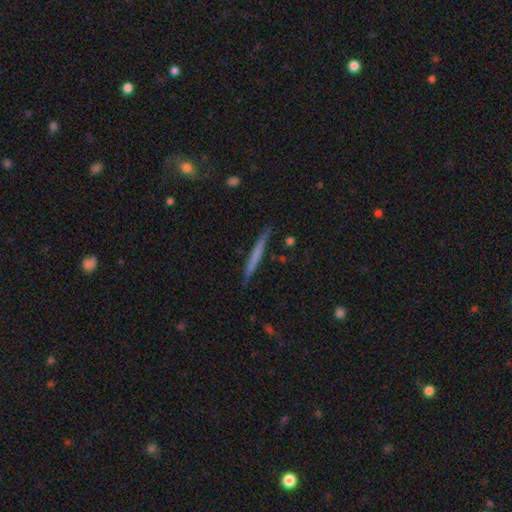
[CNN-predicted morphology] smooth_or_featured: smooth (p=0.52) [alt: featured or disk p=0.42]
how_rounded: cigar-shaped (p=0.96) [alt: in between p=0.02]
merging: none (p=0.88) [alt: minor disturbance p=0.09]